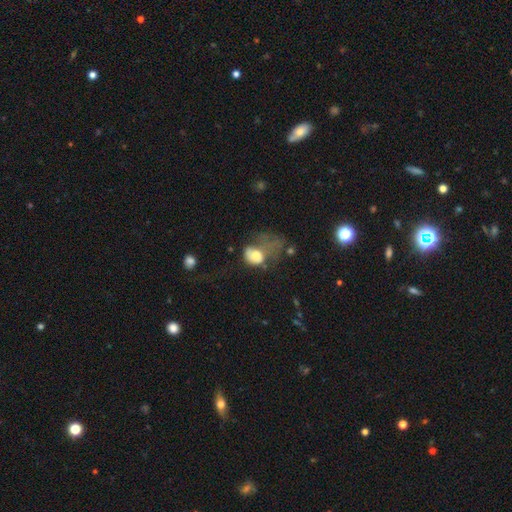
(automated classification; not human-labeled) Smooth or featured: smooth — 65% (featured or disk — 26%)
How rounded: in between — 61% (round — 38%)
Merging: major disturbance — 64% (minor disturbance — 15%)